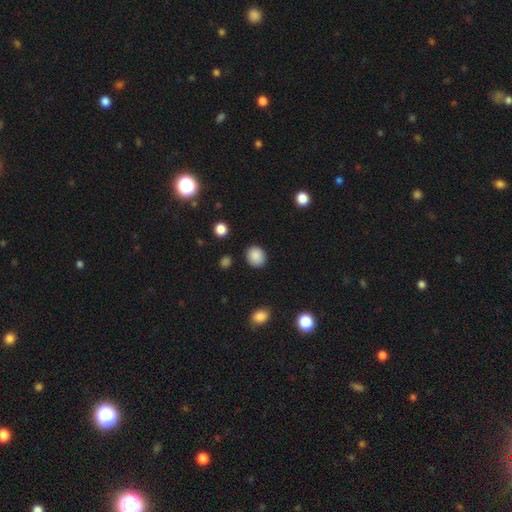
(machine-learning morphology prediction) This appears to be a smooth galaxy with no disk features (88%) that is round (73%). Merging: none (87%).